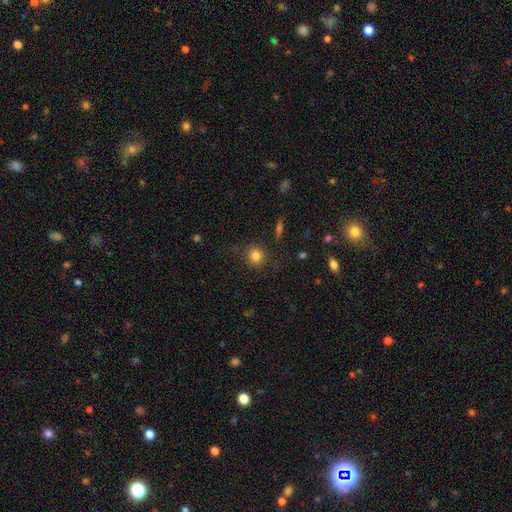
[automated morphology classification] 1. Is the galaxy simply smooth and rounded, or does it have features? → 82% smooth, 12% star or artifact, 7% featured or disk.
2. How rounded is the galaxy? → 87% round, 12% in between, 1% cigar-shaped.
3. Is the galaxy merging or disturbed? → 85% none, 10% minor disturbance, 3% major disturbance, 2% merger.